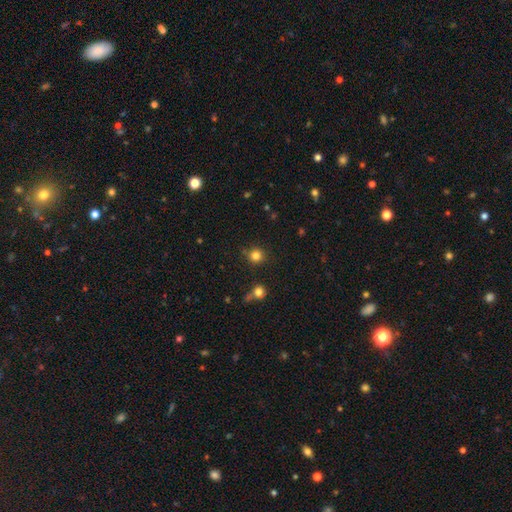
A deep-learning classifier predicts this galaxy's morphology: Q: Smooth or featured?
A: smooth (81%); runner-up: star or artifact (14%)
Q: How rounded?
A: round (92%); runner-up: in between (7%)
Q: Merging?
A: none (83%); runner-up: minor disturbance (9%)